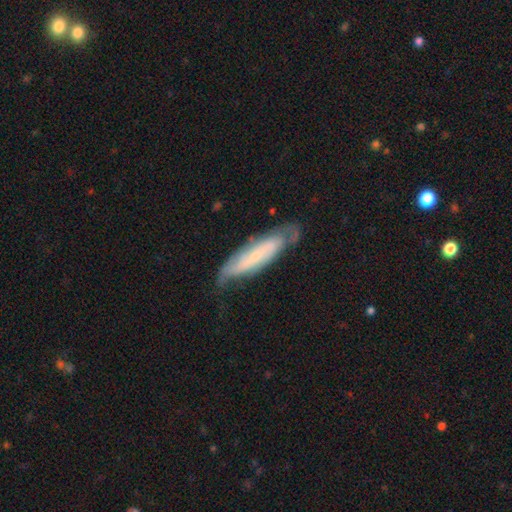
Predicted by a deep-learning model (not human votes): Smooth or featured?
  - featured or disk: 65% *
  - smooth: 29%
  - star or artifact: 6%
Edge-on disk?
  - no: 71% *
  - yes: 29%
Merging?
  - none: 63% *
  - minor disturbance: 25%
  - major disturbance: 9%
  - merger: 2%